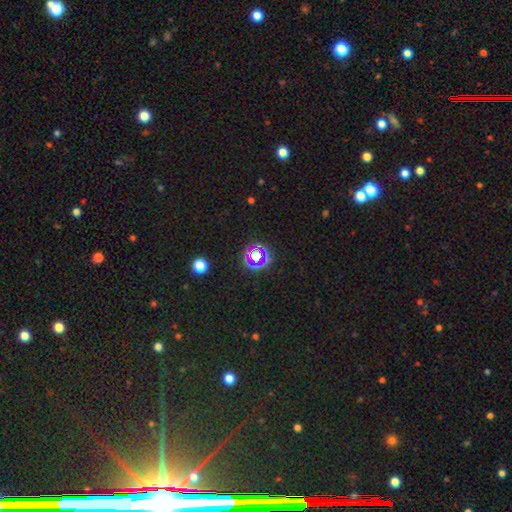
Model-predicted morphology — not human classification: star or artifact 66%, smooth 22%, featured or disk 12%.